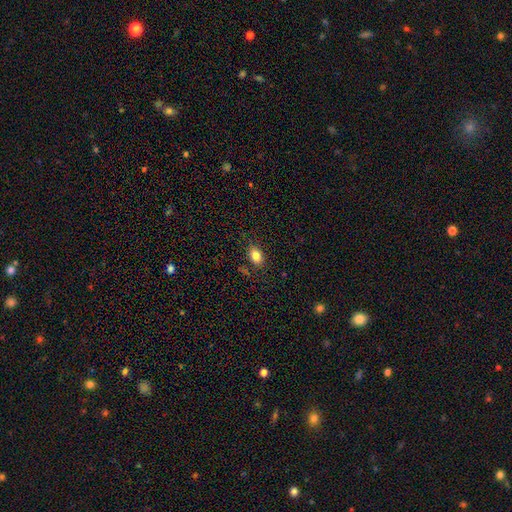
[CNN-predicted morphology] This appears to be a smooth galaxy with no disk features (83%) that is in between round and cigar-shaped (82%). Merging: none (84%).